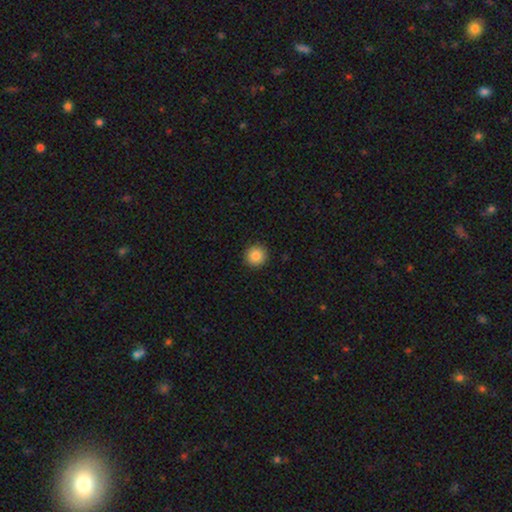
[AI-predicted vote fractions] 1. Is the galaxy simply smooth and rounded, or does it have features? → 85% smooth, 10% star or artifact, 6% featured or disk.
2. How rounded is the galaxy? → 95% round, 4% in between, 1% cigar-shaped.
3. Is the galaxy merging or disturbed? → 93% none, 5% minor disturbance, 2% major disturbance, 1% merger.